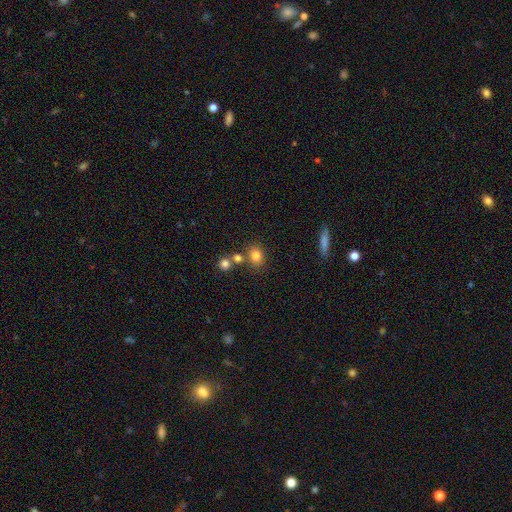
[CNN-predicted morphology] Overall: smooth (81%). How rounded: round (53%; in between 45%). Merging: none (67%).